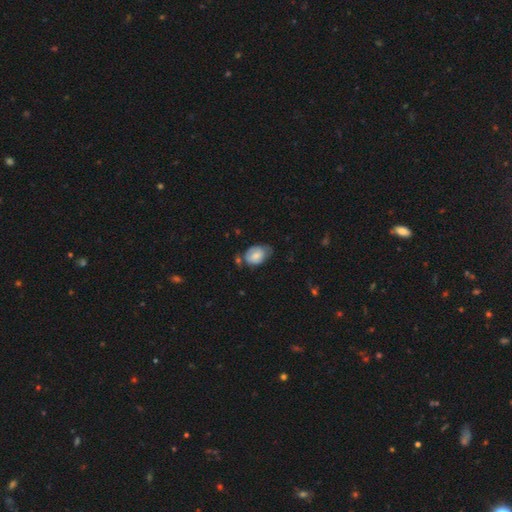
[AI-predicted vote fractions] Overall: smooth (72%). How rounded: in between (82%). Merging: none (44%; minor disturbance 37%).